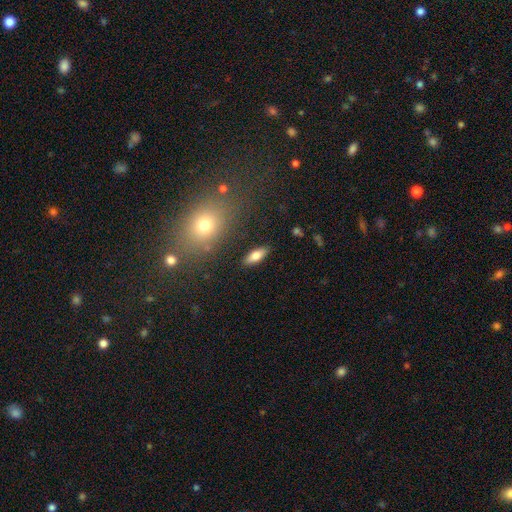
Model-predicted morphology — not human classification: Smooth or featured? Predicted: smooth (p=0.77). How rounded? Predicted: in between (p=0.76). Merging? Predicted: none (p=0.87).